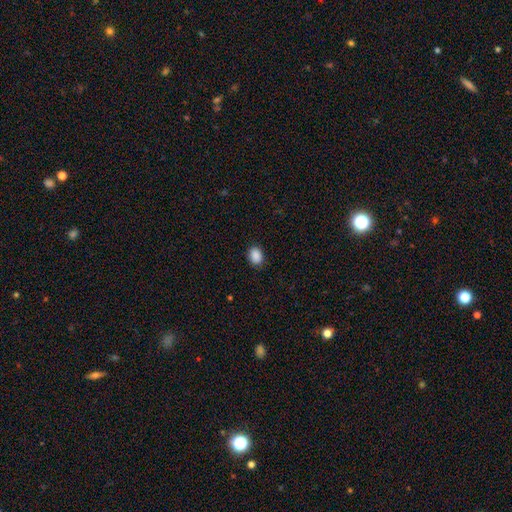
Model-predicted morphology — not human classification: Overall: smooth (90%). How rounded: in between (67%; round 32%). Merging: none (88%).